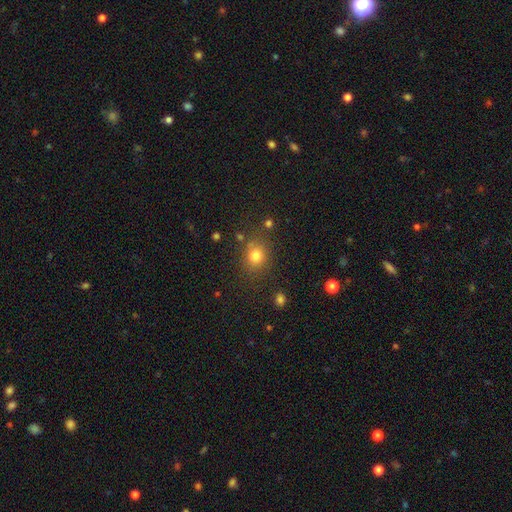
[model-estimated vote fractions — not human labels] This is likely a smooth galaxy (78%). How rounded: likely round (69%). Merging: likely none (77%).